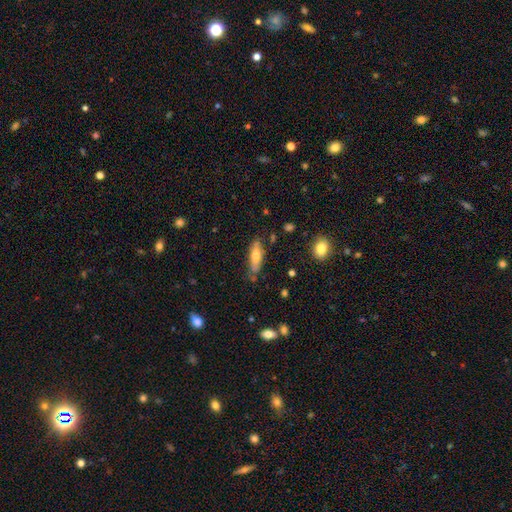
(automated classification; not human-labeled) Smooth or featured: smooth — 64% (featured or disk — 29%)
How rounded: in between — 50% (cigar-shaped — 47%)
Merging: none — 68% (minor disturbance — 22%)